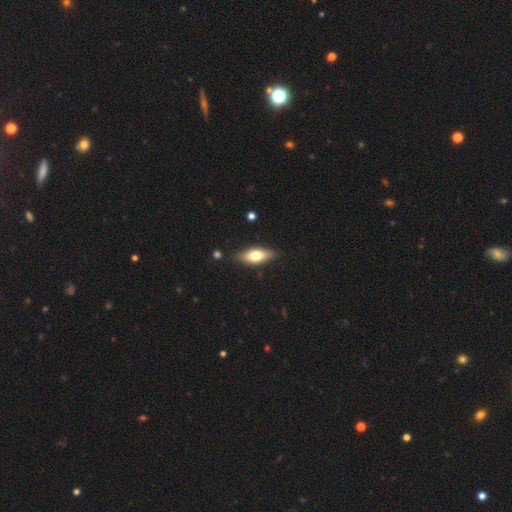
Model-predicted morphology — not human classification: Smooth or featured?
  - smooth: 67% *
  - featured or disk: 27%
  - star or artifact: 6%
How rounded?
  - in between: 77% *
  - cigar-shaped: 20%
  - round: 3%
Merging?
  - none: 87% *
  - minor disturbance: 10%
  - major disturbance: 2%
  - merger: 2%